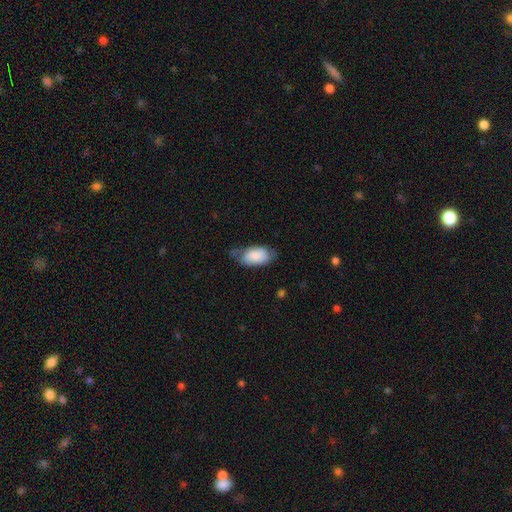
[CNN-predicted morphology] This appears to be a smooth galaxy with no disk features (80%) that is in between round and cigar-shaped (94%). Merging: none (50%).